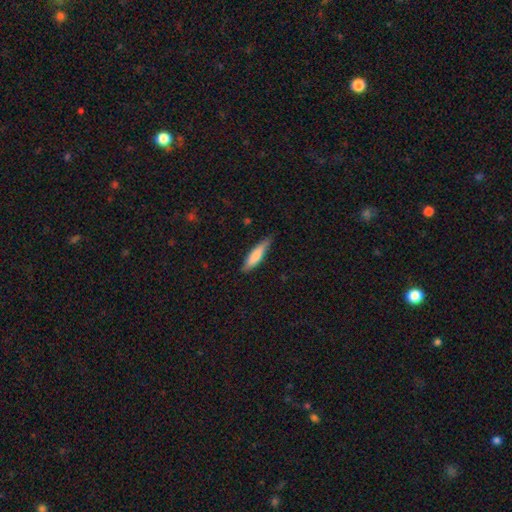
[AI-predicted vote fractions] Smooth or featured? smooth (76%)
How rounded? cigar-shaped (74%)
Merging? none (75%)